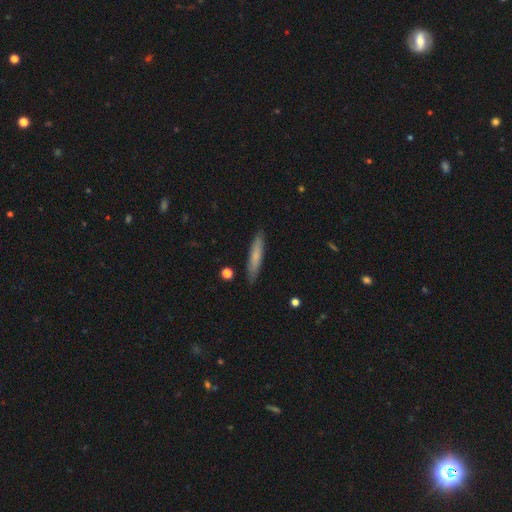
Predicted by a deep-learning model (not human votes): smooth 69%, featured or disk 25%, star or artifact 6%. Down the decision tree: how rounded — cigar-shaped (91%); merging — none (88%).